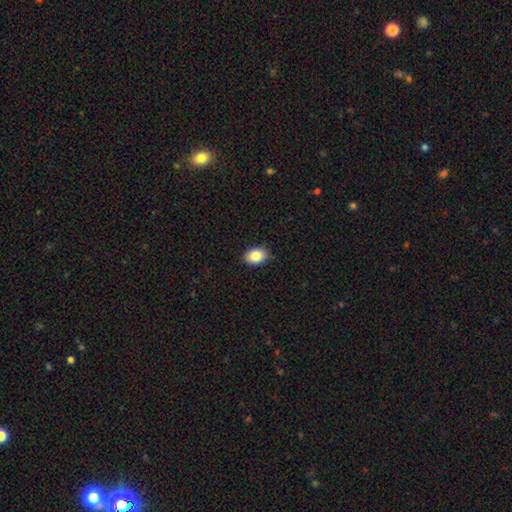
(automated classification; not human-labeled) Q: Smooth or featured?
A: smooth (85%); runner-up: star or artifact (9%)
Q: How rounded?
A: in between (73%); runner-up: round (25%)
Q: Merging?
A: none (84%); runner-up: minor disturbance (13%)